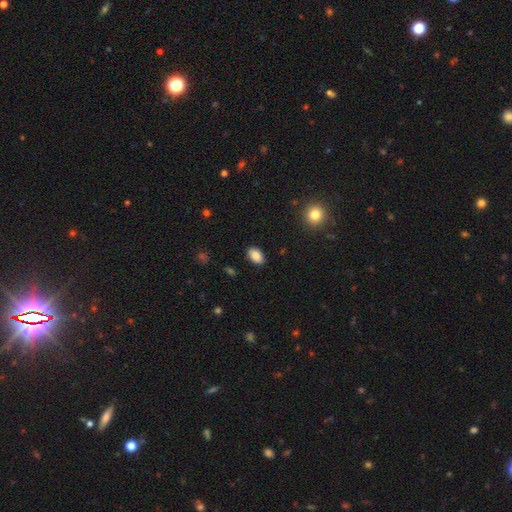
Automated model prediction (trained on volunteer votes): Morphology: type=smooth (87%); roundness=in between (92%); merging=none (88%).